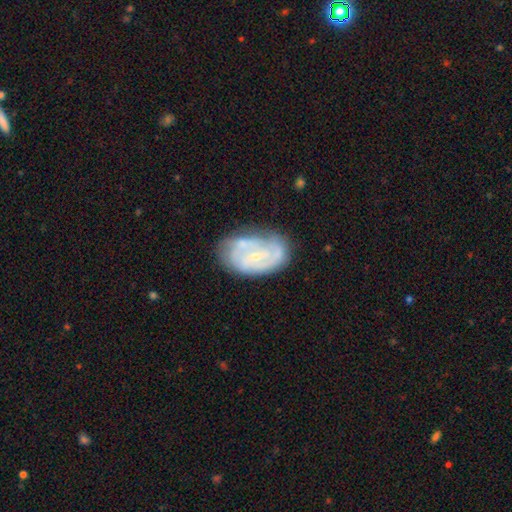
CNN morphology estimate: This appears to be a featured or disk galaxy (77%) with no bar (48%), 2 (44%) tight (50%) spiral arms (82%) and a small central bulge (73%). Merging: none (56%).